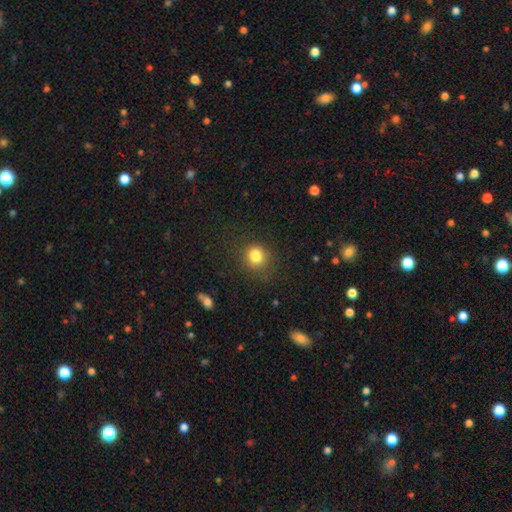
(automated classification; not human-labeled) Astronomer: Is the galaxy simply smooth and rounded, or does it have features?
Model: smooth — 82%.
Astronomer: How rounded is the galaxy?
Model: round — 79%.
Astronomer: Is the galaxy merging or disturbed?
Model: none — 82%.